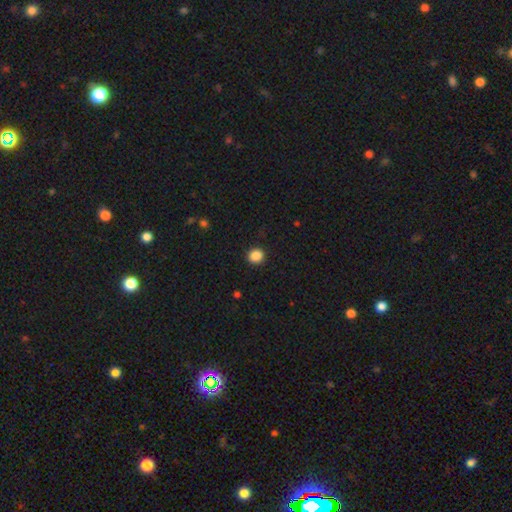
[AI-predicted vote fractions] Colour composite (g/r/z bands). It shows a smooth galaxy with no disk features (87%) that is round (89%). Merging: none (92%).